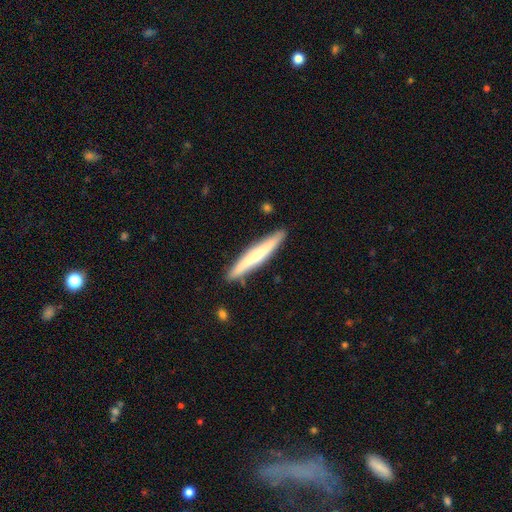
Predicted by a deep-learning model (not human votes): smooth-or-featured: smooth: 52% | featured or disk: 43% | star or artifact: 5%
  how-rounded: cigar-shaped: 94% | in between: 4% | round: 1%
  merging: none: 87% | minor disturbance: 9% | merger: 2% | major disturbance: 2%